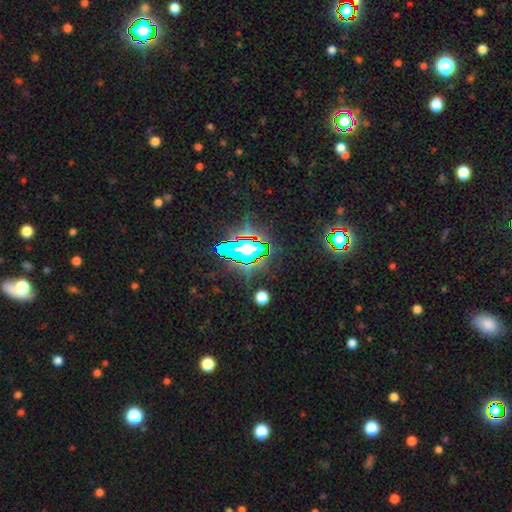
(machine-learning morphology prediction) smooth_or_featured: star or artifact (p=0.71) [alt: smooth p=0.18]